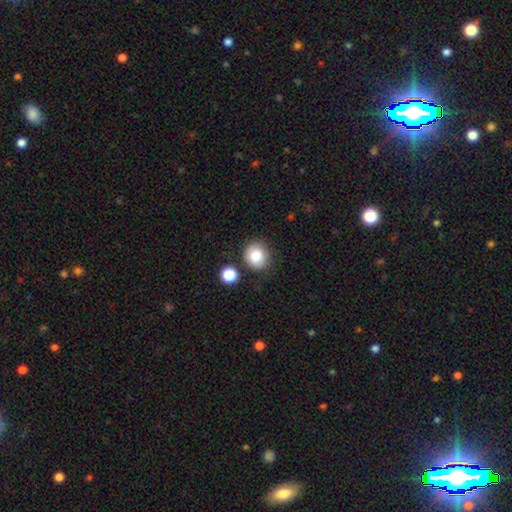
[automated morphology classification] Smooth or featured? smooth (80%)
How rounded? round (85%)
Merging? none (81%)